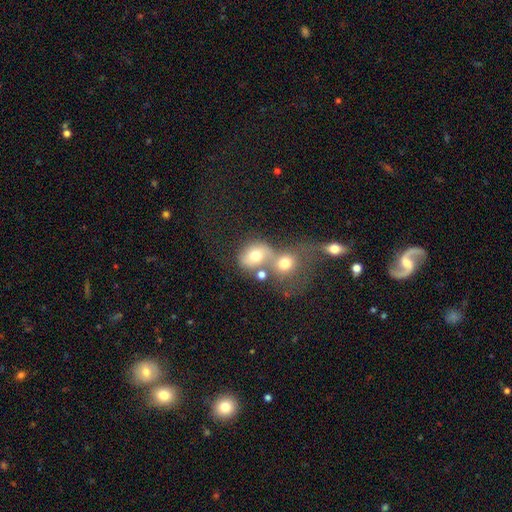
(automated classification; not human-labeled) Smooth or featured? Predicted: smooth (p=0.67). How rounded? Predicted: round (p=0.55). Merging? Predicted: merger (p=0.52).